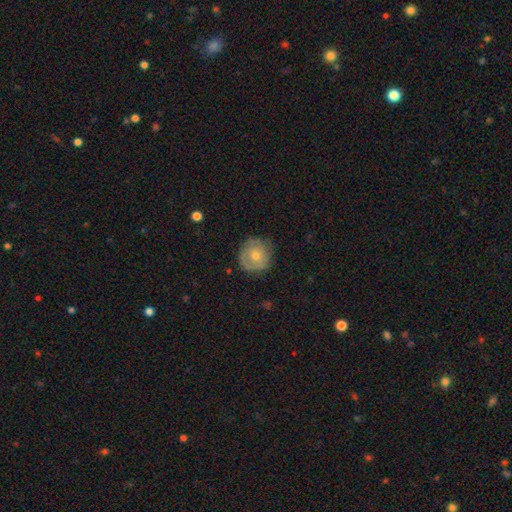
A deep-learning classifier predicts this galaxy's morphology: Q: Smooth or featured?
A: smooth (53%); runner-up: featured or disk (39%)
Q: How rounded?
A: round (92%); runner-up: in between (7%)
Q: Merging?
A: none (79%); runner-up: minor disturbance (16%)